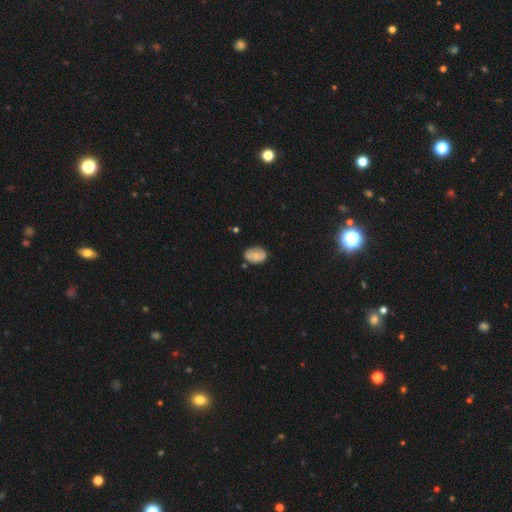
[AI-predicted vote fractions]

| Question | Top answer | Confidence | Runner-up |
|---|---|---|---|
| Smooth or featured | smooth | 73% | featured or disk (19%) |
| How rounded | in between | 85% | round (13%) |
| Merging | none | 68% | minor disturbance (24%) |